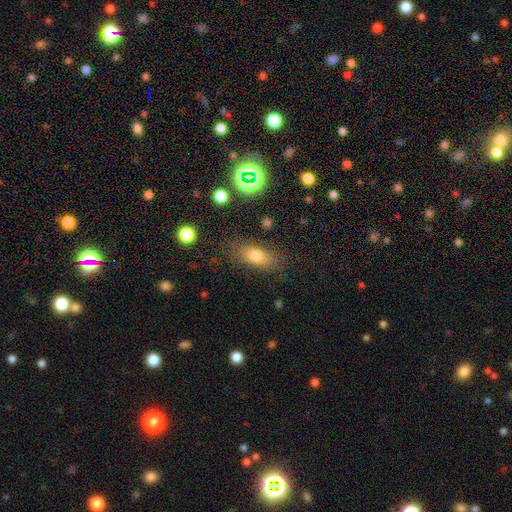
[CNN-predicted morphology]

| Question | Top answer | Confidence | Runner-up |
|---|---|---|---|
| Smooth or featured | smooth | 74% | featured or disk (14%) |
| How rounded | in between | 78% | cigar-shaped (12%) |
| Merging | none | 78% | minor disturbance (14%) |